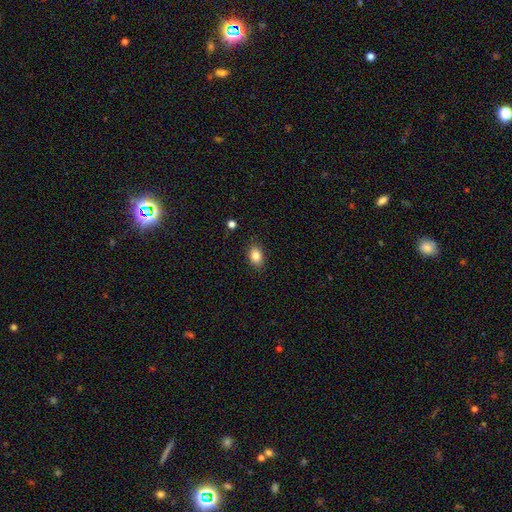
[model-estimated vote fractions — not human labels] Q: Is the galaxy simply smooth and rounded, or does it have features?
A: smooth — 84%.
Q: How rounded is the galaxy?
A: in between — 79%.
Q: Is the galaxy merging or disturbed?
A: none — 86%.